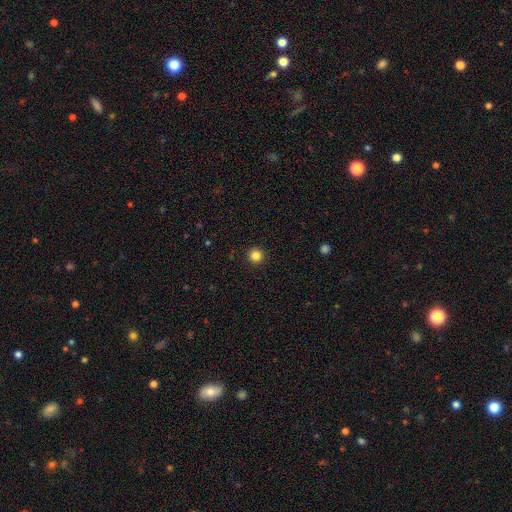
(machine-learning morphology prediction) The model was most divided on "smooth or featured": smooth: 84%, star or artifact: 12%, featured or disk: 4%. More confident: how rounded — round (96%); merging — none (93%).